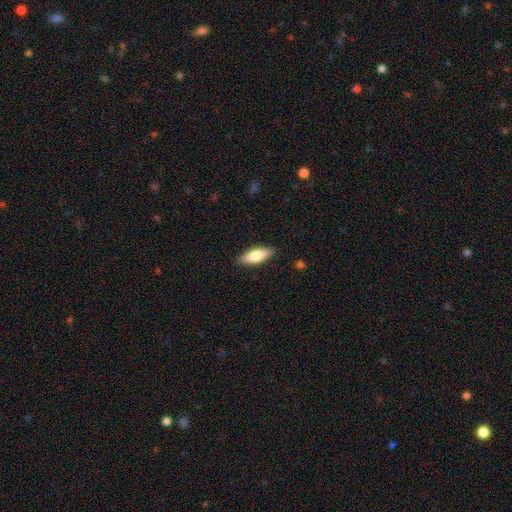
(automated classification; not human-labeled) Overall: smooth (73%). How rounded: in between (65%; cigar-shaped 33%). Merging: none (88%).